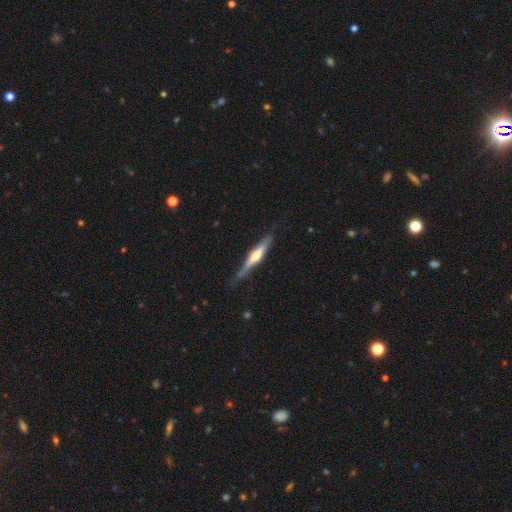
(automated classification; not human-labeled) Smooth or featured? featured or disk (59%)
Edge-on disk? yes (95%)
Edge-on bulge? rounded (70%)
Merging? none (72%)